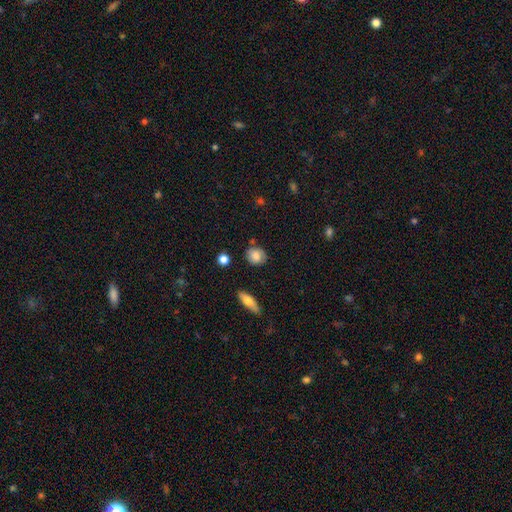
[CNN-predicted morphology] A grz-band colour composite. It shows a smooth galaxy with no disk features (73%) that is round (70%). Merging: none (77%).